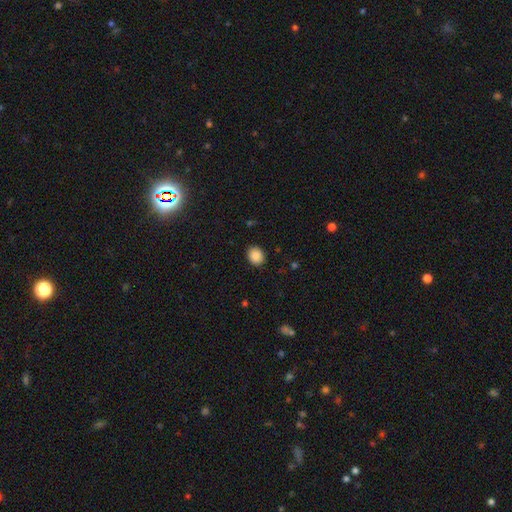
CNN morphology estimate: This appears to be a smooth galaxy with no disk features (88%) that is round (61%). Merging: none (89%).